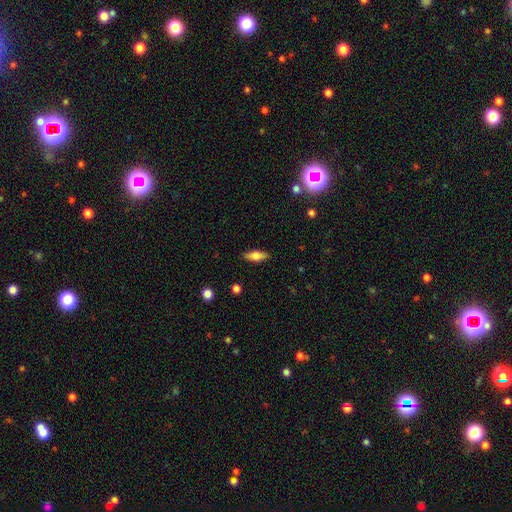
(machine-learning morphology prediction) A smooth galaxy with no disk features (70%) that is in between round and cigar-shaped (67%).

Vote fractions:
- Smooth or featured? smooth: 70% / featured or disk: 23% / star or artifact: 7%
- How rounded? in between: 67% / cigar-shaped: 30% / round: 3%
- Merging? none: 87% / minor disturbance: 9% / major disturbance: 2% / merger: 1%